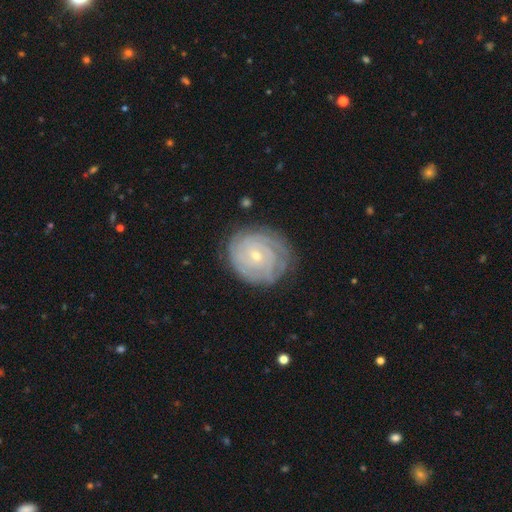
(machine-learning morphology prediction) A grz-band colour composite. It shows a featured or disk galaxy (84%) with no bar (68%), tight (87%) spiral arms (96%) and a small central bulge (73%). Merging: none (81%).